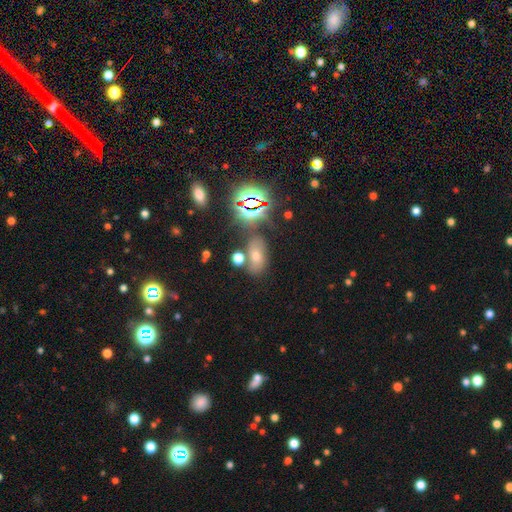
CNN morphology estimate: This appears to be a smooth galaxy with no disk features (44%). Merging: none (69%).